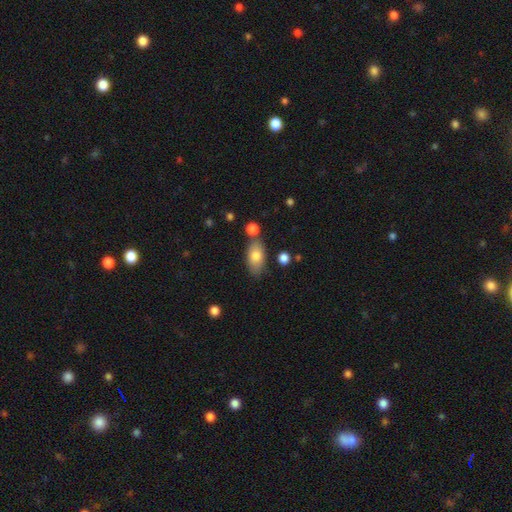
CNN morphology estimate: Smooth or featured?
  - smooth: 77% *
  - featured or disk: 16%
  - star or artifact: 7%
How rounded?
  - in between: 89% *
  - cigar-shaped: 6%
  - round: 5%
Merging?
  - none: 71% *
  - minor disturbance: 15%
  - merger: 10%
  - major disturbance: 4%